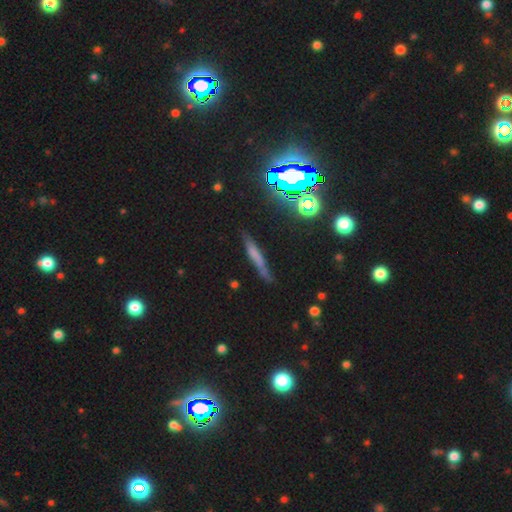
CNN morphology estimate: Smooth or featured? smooth (48%)
Merging? none (68%)